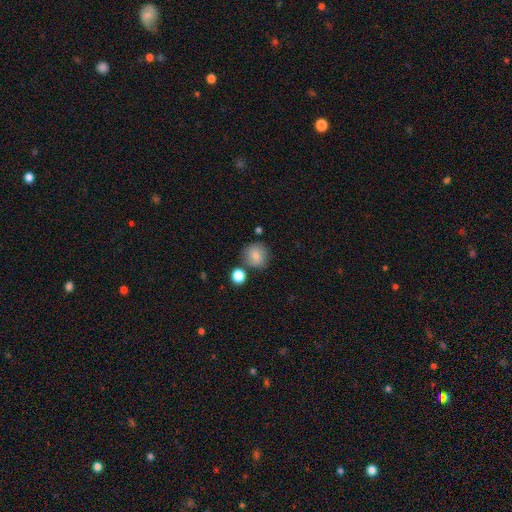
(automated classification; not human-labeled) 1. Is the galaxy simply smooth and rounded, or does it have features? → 80% smooth, 10% featured or disk, 10% star or artifact.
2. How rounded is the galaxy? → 90% round, 9% in between, 1% cigar-shaped.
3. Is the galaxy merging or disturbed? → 77% none, 11% minor disturbance, 8% merger, 3% major disturbance.